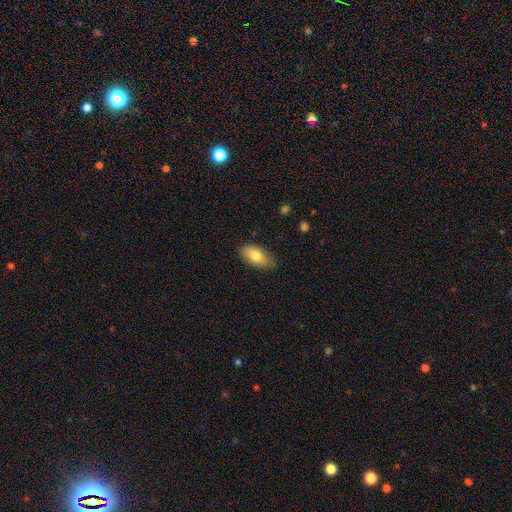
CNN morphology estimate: A smooth galaxy with no disk features (78%) that is in between round and cigar-shaped (91%).

Vote fractions:
- Smooth or featured? smooth: 78% / featured or disk: 15% / star or artifact: 7%
- How rounded? in between: 91% / cigar-shaped: 6% / round: 3%
- Merging? none: 82% / minor disturbance: 14% / major disturbance: 3% / merger: 1%